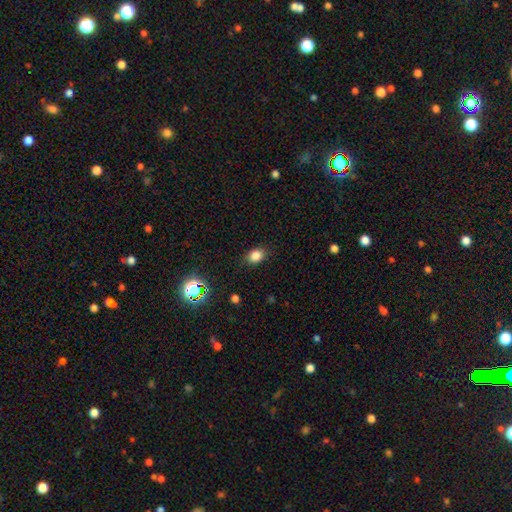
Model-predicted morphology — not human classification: smooth-or-featured: smooth: 83% | star or artifact: 13% | featured or disk: 5%
  how-rounded: in between: 64% | round: 35% | cigar-shaped: 1%
  merging: none: 83% | minor disturbance: 12% | major disturbance: 3% | merger: 1%